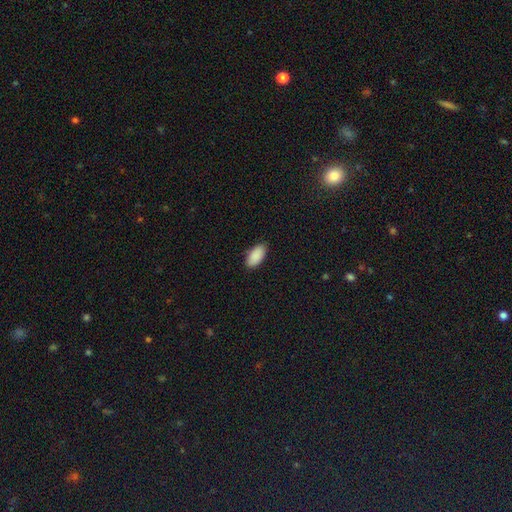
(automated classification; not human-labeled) Smooth or featured?
  - smooth: 90% *
  - star or artifact: 6%
  - featured or disk: 4%
How rounded?
  - in between: 94% *
  - cigar-shaped: 4%
  - round: 2%
Merging?
  - none: 86% *
  - minor disturbance: 11%
  - major disturbance: 2%
  - merger: 1%